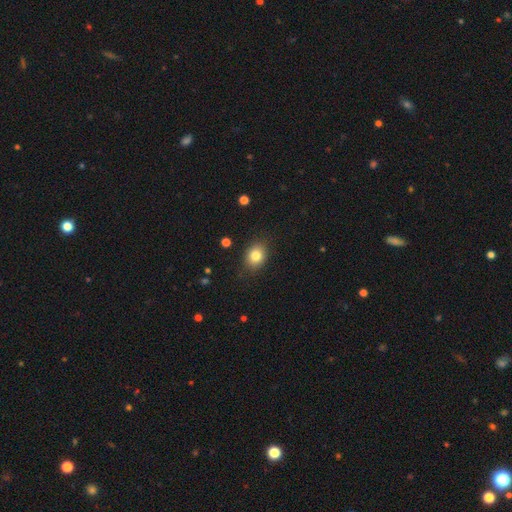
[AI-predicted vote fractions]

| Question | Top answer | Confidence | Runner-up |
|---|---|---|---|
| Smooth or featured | smooth | 82% | star or artifact (10%) |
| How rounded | in between | 53% | round (46%) |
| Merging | none | 85% | minor disturbance (11%) |